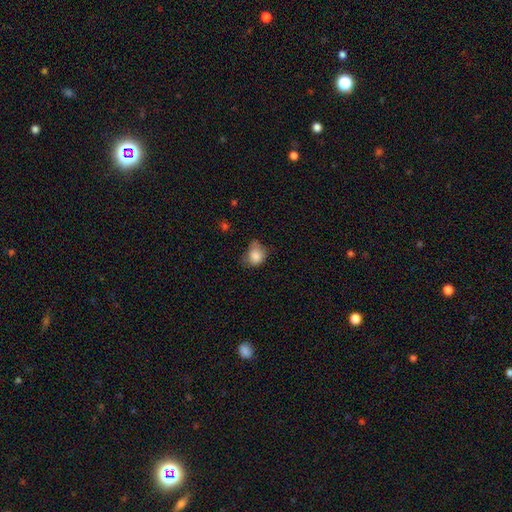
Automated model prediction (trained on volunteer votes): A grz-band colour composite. It shows a smooth galaxy with no disk features (82%) that is round (50%). Merging: minor disturbance (41%).